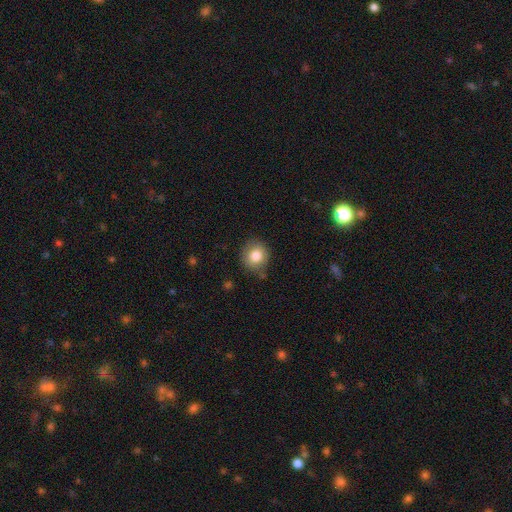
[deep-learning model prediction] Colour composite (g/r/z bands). It shows a smooth galaxy with no disk features (83%) that is round (86%). Merging: none (79%).